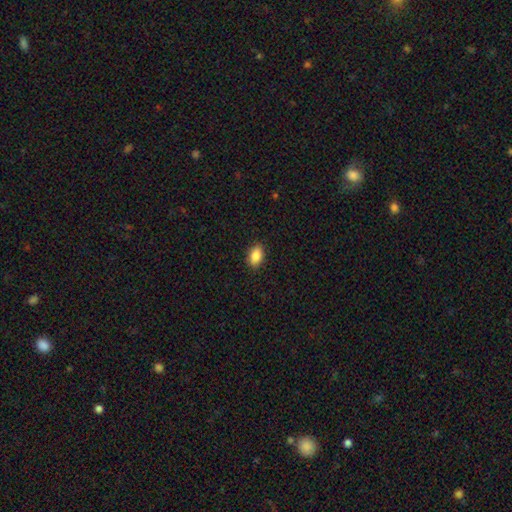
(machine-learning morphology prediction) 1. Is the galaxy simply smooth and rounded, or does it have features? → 87% smooth, 8% star or artifact, 5% featured or disk.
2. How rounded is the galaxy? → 90% in between, 8% round, 2% cigar-shaped.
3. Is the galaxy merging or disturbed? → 89% none, 8% minor disturbance, 2% major disturbance, 1% merger.